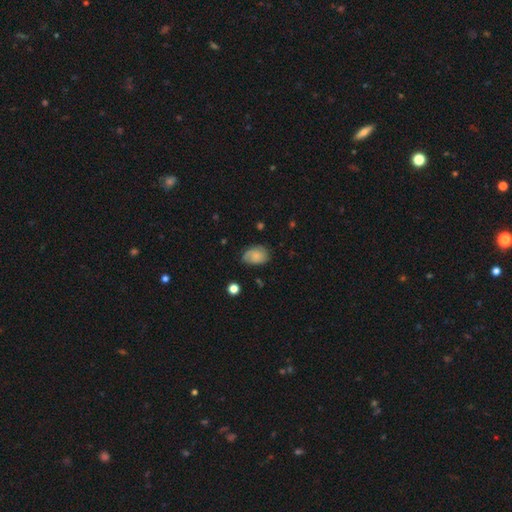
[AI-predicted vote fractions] Smooth or featured? Predicted: smooth (p=0.57). How rounded? Predicted: in between (p=0.76). Merging? Predicted: none (p=0.65).